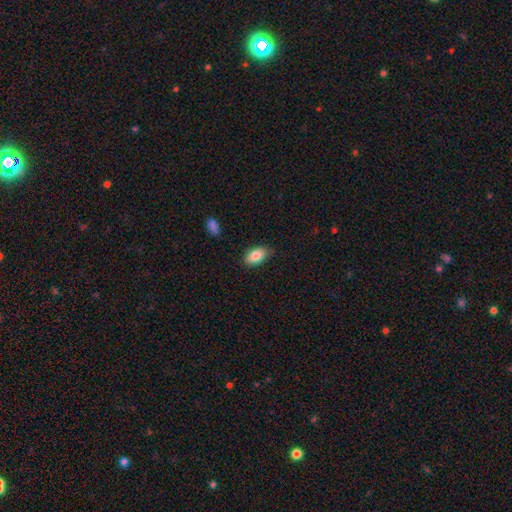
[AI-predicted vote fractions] Smooth or featured? Predicted: smooth (p=0.84). How rounded? Predicted: in between (p=0.92). Merging? Predicted: none (p=0.80).